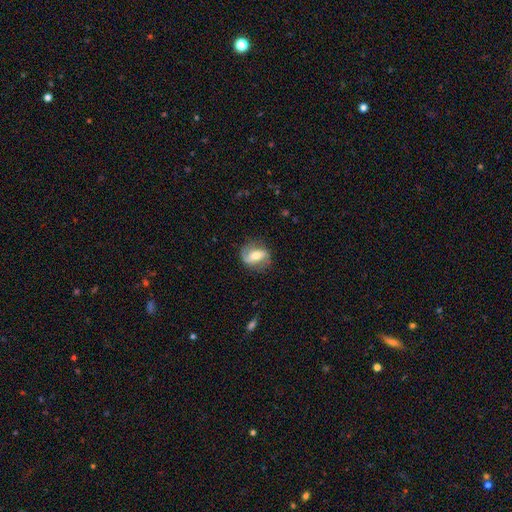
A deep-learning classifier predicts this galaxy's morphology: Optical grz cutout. It shows a featured or disk galaxy (68%) with a strong bar (36%, tied with weak), 2 (83%) loose (46%) spiral arms (84%) and a moderate central bulge (66%). Merging: none (75%).